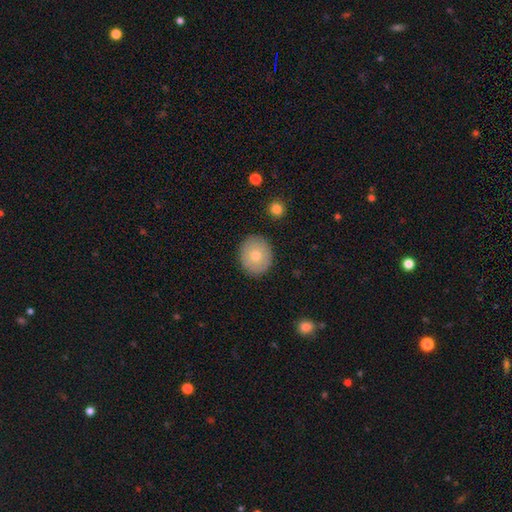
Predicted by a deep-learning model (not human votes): A smooth galaxy with no disk features (73%) that is round (75%). Merging: none (88%).